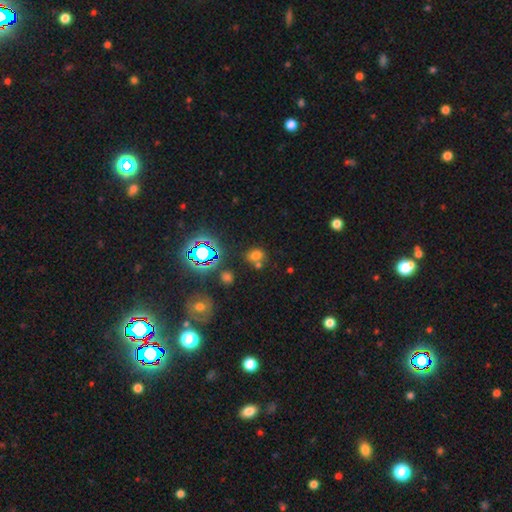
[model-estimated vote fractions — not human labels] Morphology: type=smooth (62%); roundness=in between (54%); merging=none (61%).